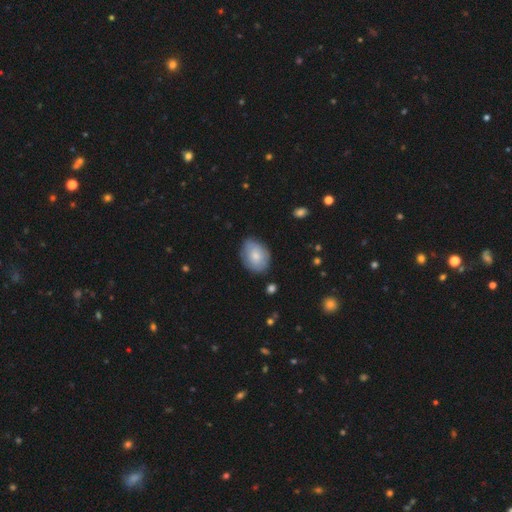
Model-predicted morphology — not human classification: Q: Smooth or featured?
A: smooth (69%); runner-up: featured or disk (25%)
Q: How rounded?
A: in between (73%); runner-up: round (26%)
Q: Merging?
A: none (74%); runner-up: minor disturbance (20%)